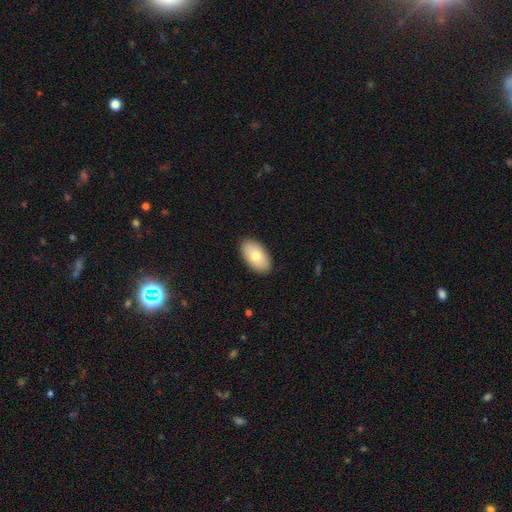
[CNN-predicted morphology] This appears to be a smooth galaxy with no disk features (77%) that is in between round and cigar-shaped (95%). Merging: none (89%).